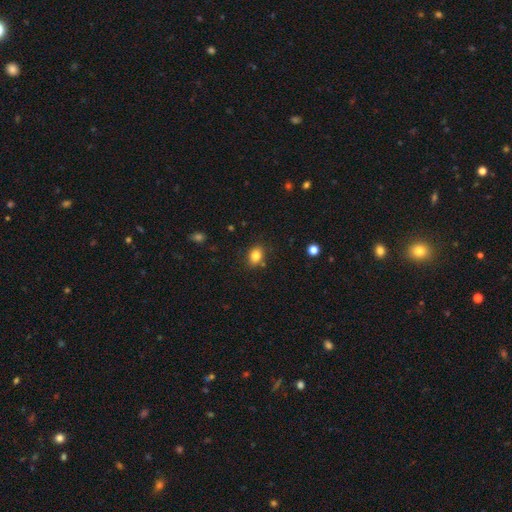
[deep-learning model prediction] Smooth or featured? Predicted: smooth (p=0.83). How rounded? Predicted: in between (p=0.68). Merging? Predicted: none (p=0.82).